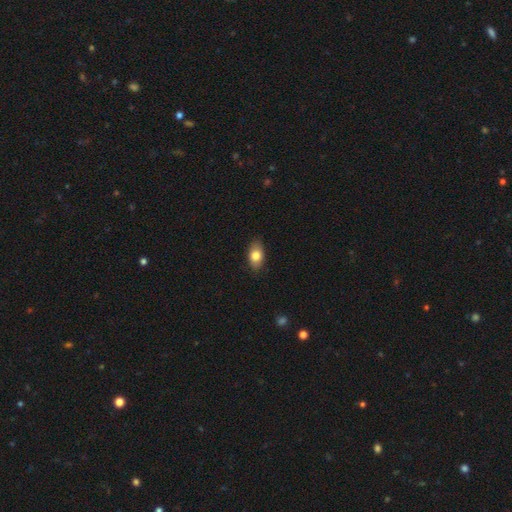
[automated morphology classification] smooth 80%, featured or disk 13%, star or artifact 7%. Down the decision tree: how rounded — in between (88%); merging — none (85%).